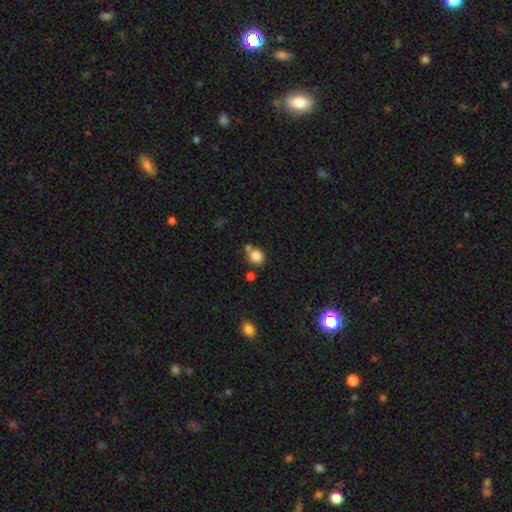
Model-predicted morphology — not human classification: The model was most divided on "merging": none: 59%, merger: 23%, minor disturbance: 13%, major disturbance: 5%. More confident: smooth or featured — smooth (84%); how rounded — round (80%).